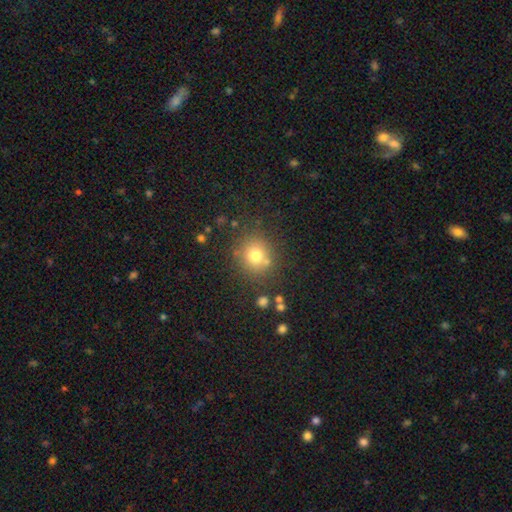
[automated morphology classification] The model was most divided on "smooth or featured": smooth: 74%, star or artifact: 15%, featured or disk: 11%. More confident: how rounded — round (85%); merging — none (75%).